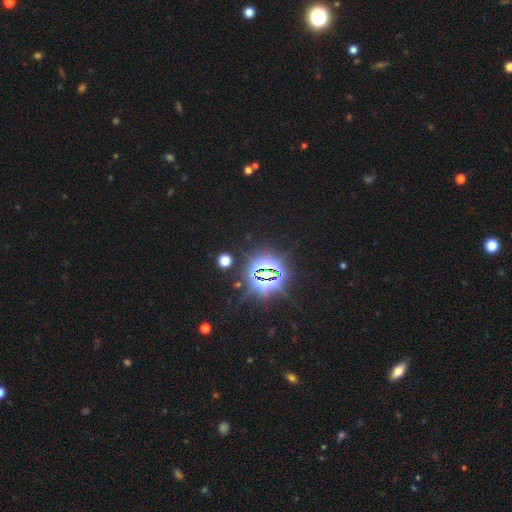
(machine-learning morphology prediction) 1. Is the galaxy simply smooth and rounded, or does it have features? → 87% star or artifact, 8% smooth, 5% featured or disk.